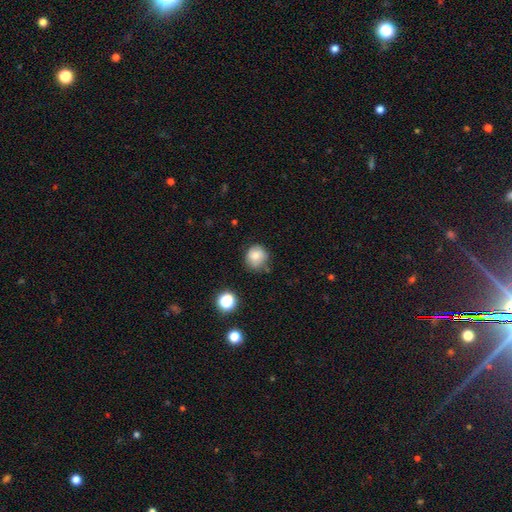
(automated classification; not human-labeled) Q: Smooth or featured?
A: smooth (79%); runner-up: star or artifact (11%)
Q: How rounded?
A: round (84%); runner-up: in between (15%)
Q: Merging?
A: none (68%); runner-up: minor disturbance (24%)